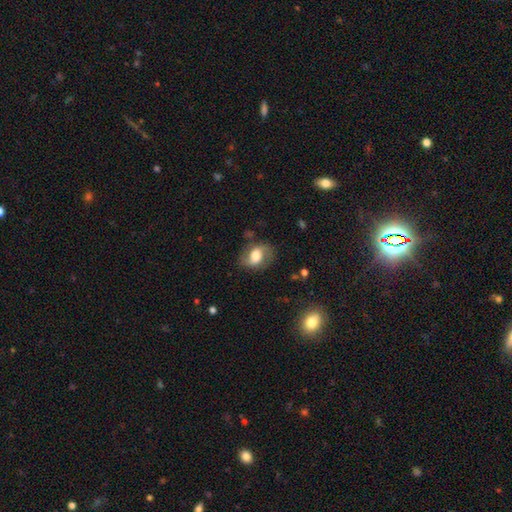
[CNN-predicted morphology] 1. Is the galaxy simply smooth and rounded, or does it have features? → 55% featured or disk, 37% smooth, 8% star or artifact.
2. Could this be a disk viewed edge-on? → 96% no, 4% yes.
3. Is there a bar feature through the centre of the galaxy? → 42% no, 40% weak, 18% strong.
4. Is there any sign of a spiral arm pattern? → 83% yes, 17% no.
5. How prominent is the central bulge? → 54% moderate, 31% large, 9% small, 4% dominant, 2% none.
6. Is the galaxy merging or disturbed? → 73% none, 18% minor disturbance, 7% major disturbance, 2% merger.